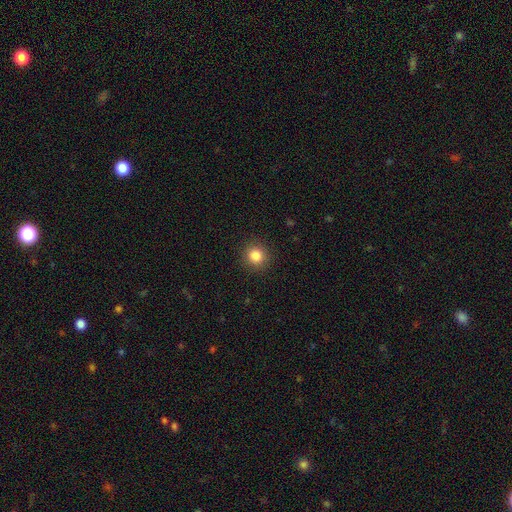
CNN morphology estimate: Smooth or featured: smooth — 85% (star or artifact — 11%)
How rounded: round — 92% (in between — 7%)
Merging: none — 91% (minor disturbance — 6%)